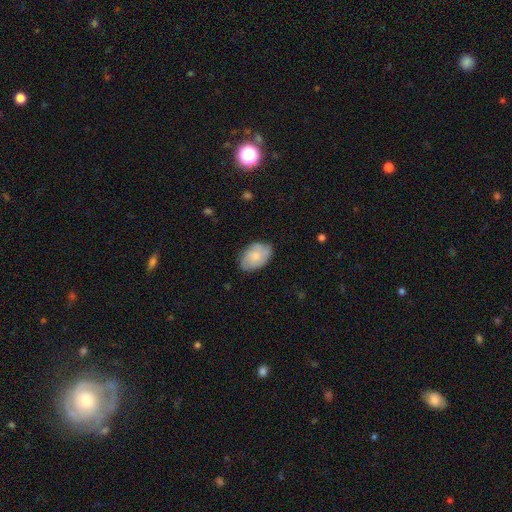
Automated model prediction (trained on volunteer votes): A smooth galaxy with no disk features (66%) that is in between round and cigar-shaped (87%).

Vote fractions:
- Smooth or featured? smooth: 66% / featured or disk: 27% / star or artifact: 6%
- How rounded? in between: 87% / round: 11% / cigar-shaped: 1%
- Merging? none: 73% / minor disturbance: 21% / major disturbance: 4% / merger: 1%